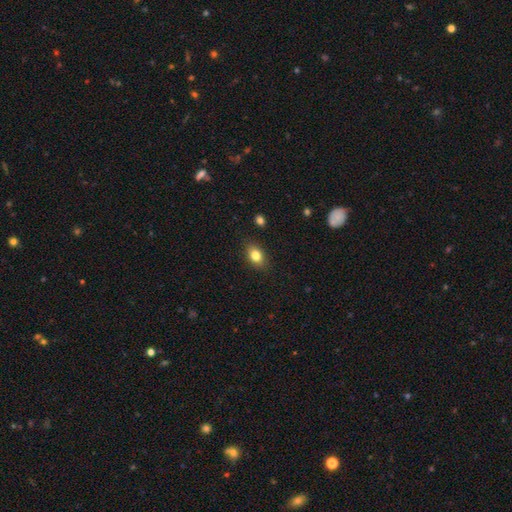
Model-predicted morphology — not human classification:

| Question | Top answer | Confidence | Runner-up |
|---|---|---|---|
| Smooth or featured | smooth | 82% | star or artifact (9%) |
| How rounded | in between | 79% | round (20%) |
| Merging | none | 87% | minor disturbance (10%) |